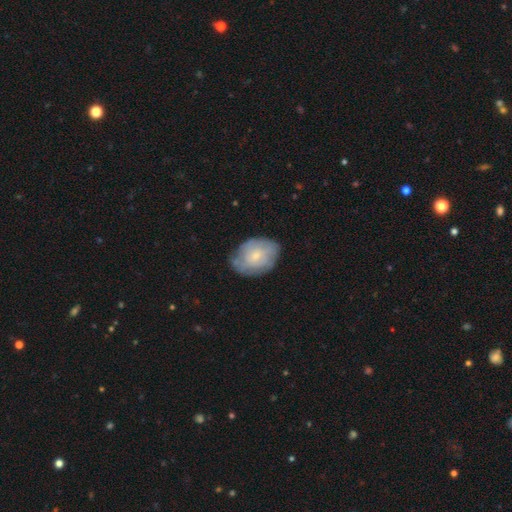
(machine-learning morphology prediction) A smooth galaxy with no disk features (48%). Merging: none (67%).